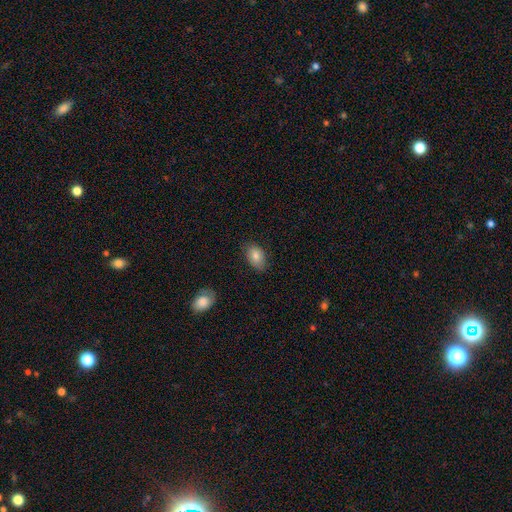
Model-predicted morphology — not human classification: smooth 80%, featured or disk 12%, star or artifact 8%. Down the decision tree: how rounded — in between (89%); merging — none (79%).